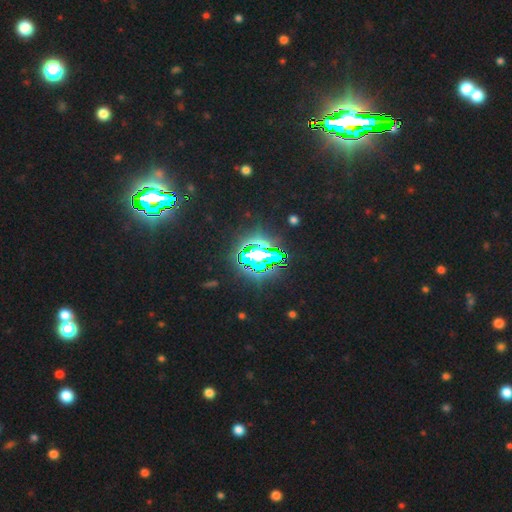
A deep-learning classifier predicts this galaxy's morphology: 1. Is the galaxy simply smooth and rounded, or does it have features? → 73% star or artifact, 15% smooth, 12% featured or disk.